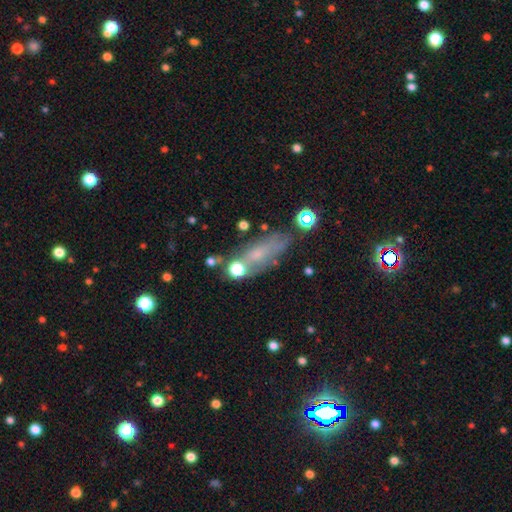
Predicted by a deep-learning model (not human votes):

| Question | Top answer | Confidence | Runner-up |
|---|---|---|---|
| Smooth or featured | smooth | 49% | featured or disk (33%) |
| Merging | none | 59% | minor disturbance (21%) |